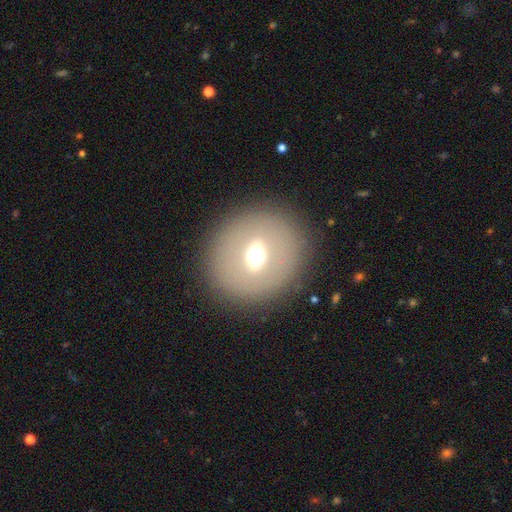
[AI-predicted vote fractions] The model was most divided on "smooth or featured": smooth: 47%, featured or disk: 41%, star or artifact: 13%. More confident: merging — none (87%).